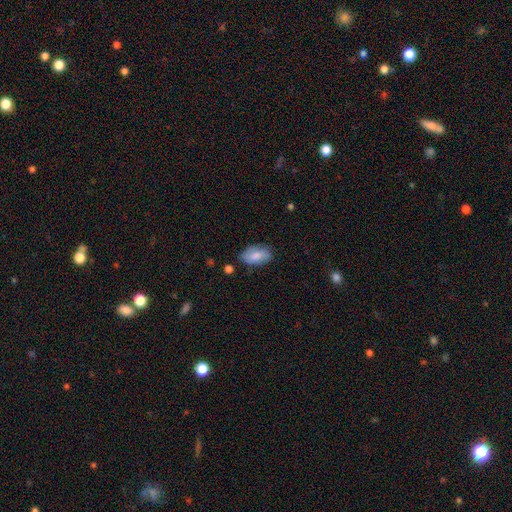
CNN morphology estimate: Smooth or featured? Predicted: smooth (p=0.74). How rounded? Predicted: in between (p=0.92). Merging? Predicted: none (p=0.74).